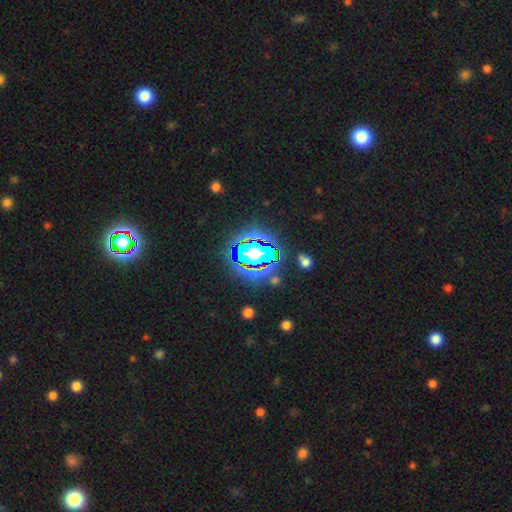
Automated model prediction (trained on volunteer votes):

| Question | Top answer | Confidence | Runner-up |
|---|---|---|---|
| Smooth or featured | star or artifact | 60% | smooth (25%) |